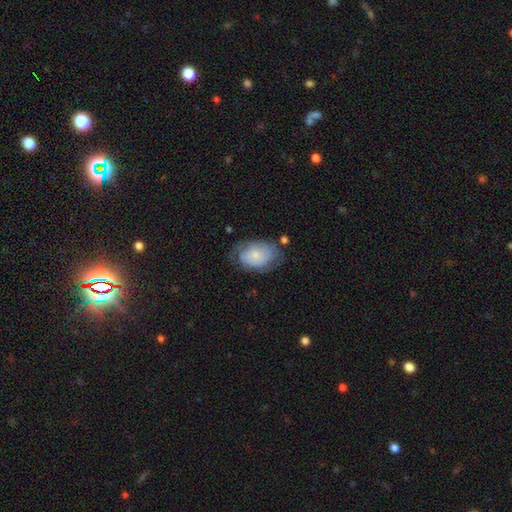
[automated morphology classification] Q: Smooth or featured?
A: smooth (59%); runner-up: featured or disk (33%)
Q: How rounded?
A: in between (83%); runner-up: round (16%)
Q: Merging?
A: none (53%); runner-up: minor disturbance (30%)